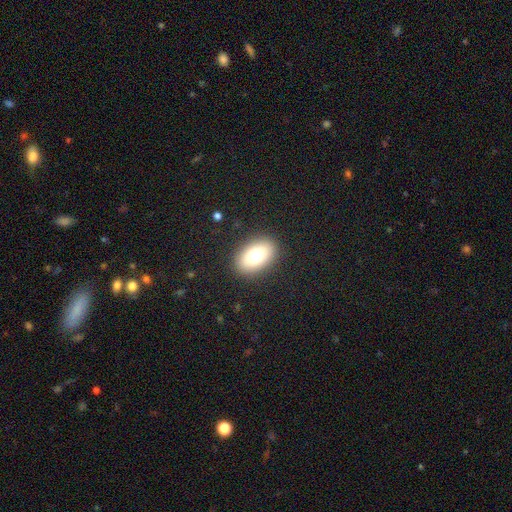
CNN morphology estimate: smooth 74%, featured or disk 16%, star or artifact 10%. Down the decision tree: how rounded — in between (86%); merging — none (87%).